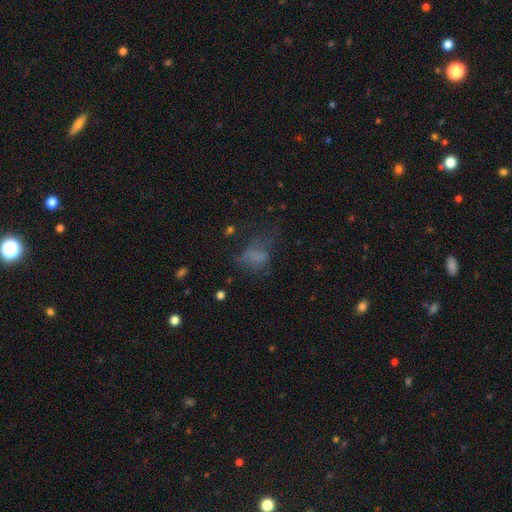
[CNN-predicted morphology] type=smooth (55%); roundness=in between (68%); merging=major disturbance (39%).